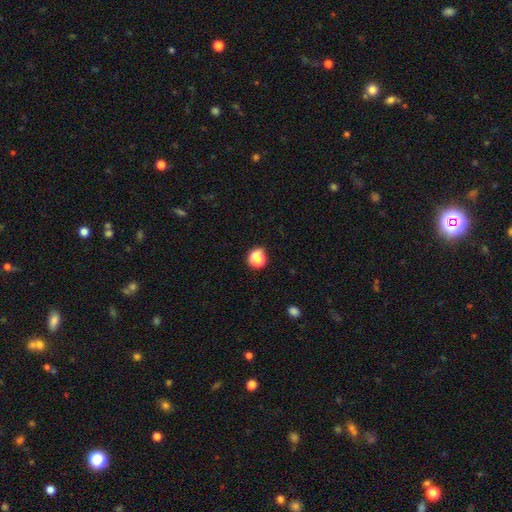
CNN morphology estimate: Smooth or featured: smooth — 77% (featured or disk — 12%)
How rounded: round — 67% (in between — 32%)
Merging: none — 48% (minor disturbance — 26%)